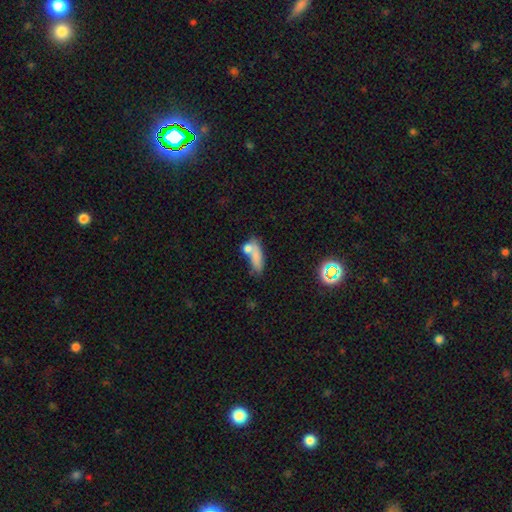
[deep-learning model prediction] This appears to be a smooth galaxy with no disk features (74%) that is in between round and cigar-shaped (58%). Merging: none (39%).